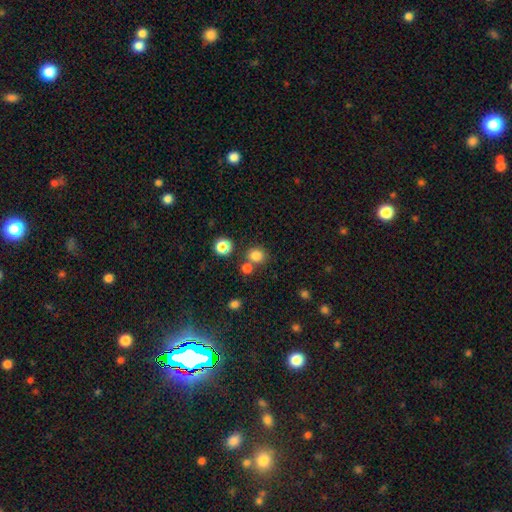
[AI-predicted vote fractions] A smooth galaxy with no disk features (81%) that is round (80%).

Vote fractions:
- Smooth or featured? smooth: 81% / star or artifact: 14% / featured or disk: 5%
- How rounded? round: 80% / in between: 19% / cigar-shaped: 1%
- Merging? none: 69% / merger: 19% / minor disturbance: 9% / major disturbance: 4%